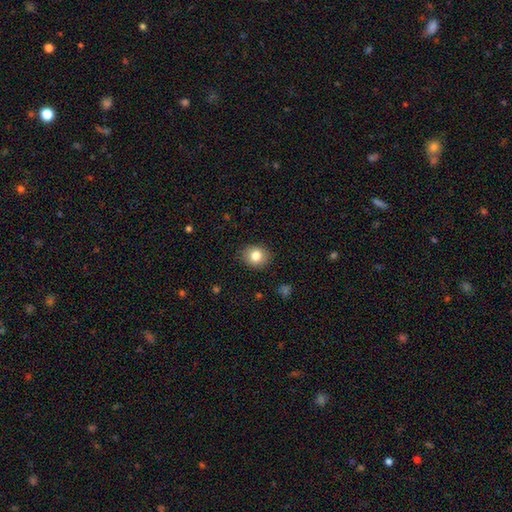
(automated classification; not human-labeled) Overall: smooth (82%). How rounded: round (67%; in between 32%). Merging: none (88%).